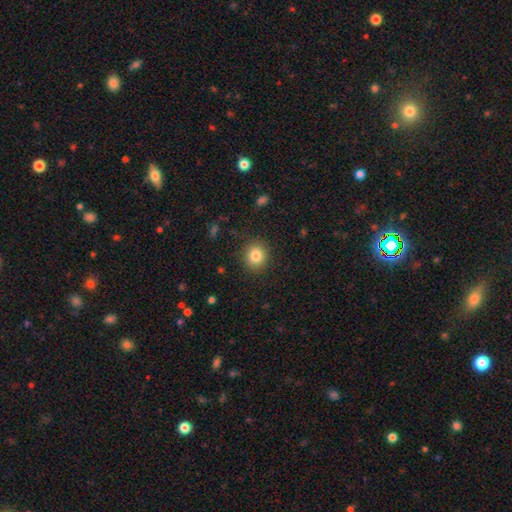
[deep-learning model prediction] Smooth or featured? smooth (83%)
How rounded? round (84%)
Merging? none (89%)